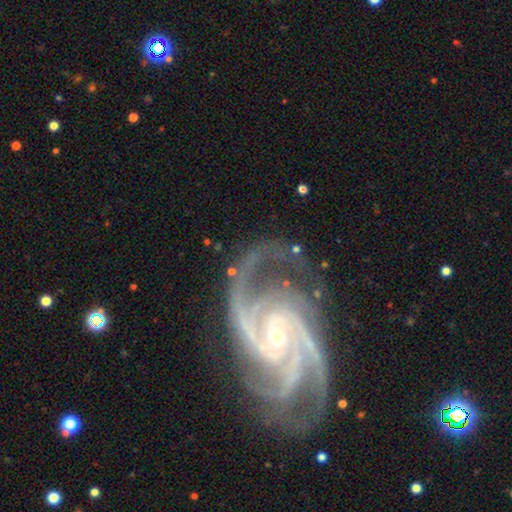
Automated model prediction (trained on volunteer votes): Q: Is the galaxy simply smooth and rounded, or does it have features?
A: featured or disk — 93%.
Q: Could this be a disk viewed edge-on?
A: no — 98%.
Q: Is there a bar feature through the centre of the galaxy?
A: no — 50%.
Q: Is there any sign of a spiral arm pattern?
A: yes — 99%.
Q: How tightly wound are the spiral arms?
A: medium — 47%.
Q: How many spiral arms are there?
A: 3 — 37%.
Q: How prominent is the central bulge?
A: small — 77%.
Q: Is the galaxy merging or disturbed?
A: none — 74%.